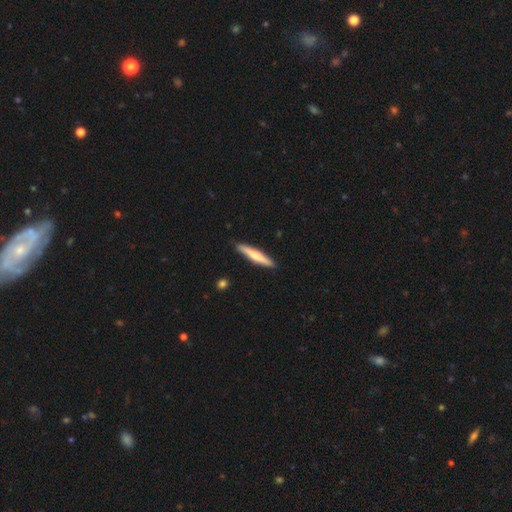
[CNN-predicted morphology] Q: Smooth or featured?
A: smooth (59%); runner-up: featured or disk (36%)
Q: How rounded?
A: cigar-shaped (91%); runner-up: in between (7%)
Q: Merging?
A: none (89%); runner-up: minor disturbance (9%)